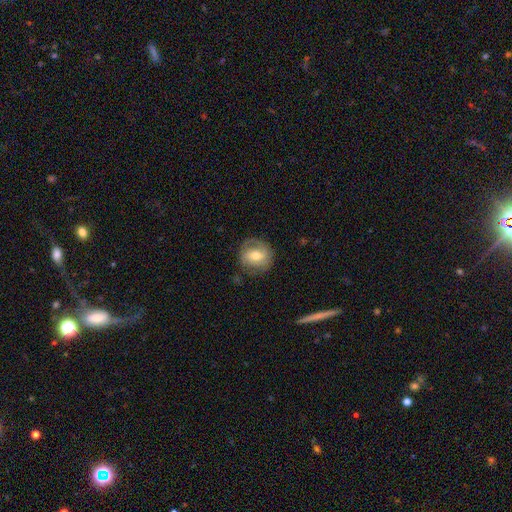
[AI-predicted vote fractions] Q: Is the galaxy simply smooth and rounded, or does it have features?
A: featured or disk — 46%, tied with smooth.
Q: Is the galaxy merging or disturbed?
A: none — 70%.